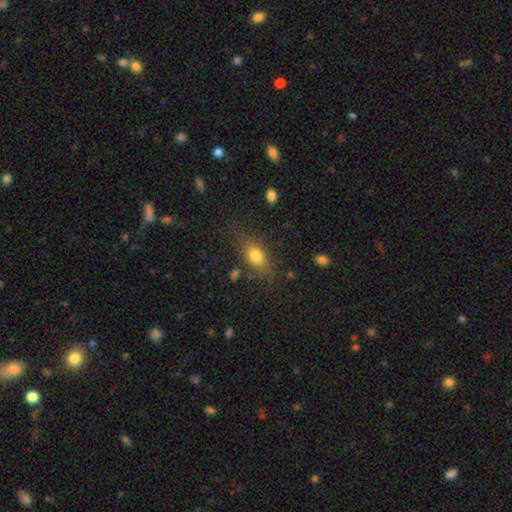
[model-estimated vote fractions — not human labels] Overall: smooth (77%). How rounded: in between (77%). Merging: none (72%).